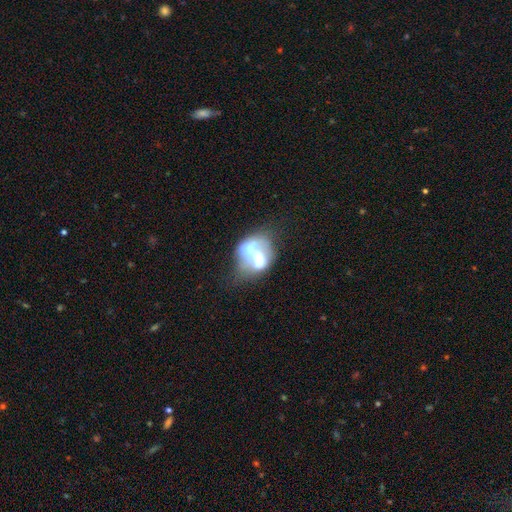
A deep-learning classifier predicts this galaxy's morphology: A featured or disk galaxy (54%) with no bar (68%), no spiral arms (85%) and a moderate central bulge (50%).

Vote fractions:
- Smooth or featured? featured or disk: 54% / smooth: 37% / star or artifact: 9%
- Edge-on disk? no: 96% / yes: 4%
- Bar? no: 68% / weak: 18% / strong: 14%
- Spiral arms? no: 85% / yes: 15%
- Bulge size? moderate: 50% / large: 19% / small: 15% / none: 11% / dominant: 5%
- Merging? merger: 62% / none: 16% / major disturbance: 13% / minor disturbance: 10%